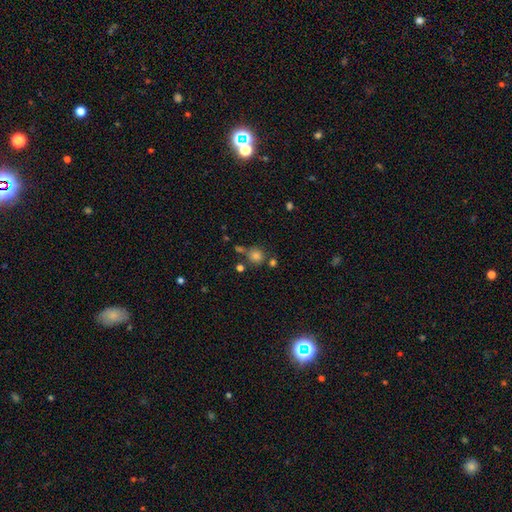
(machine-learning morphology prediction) smooth 78%, star or artifact 15%, featured or disk 7%. Down the decision tree: how rounded — round (91%); merging — none (68%).